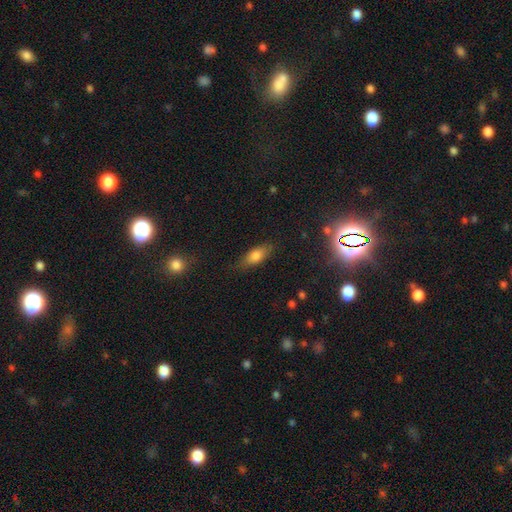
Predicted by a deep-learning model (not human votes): A smooth galaxy with no disk features (72%) that is in between round and cigar-shaped (73%). Merging: none (78%).